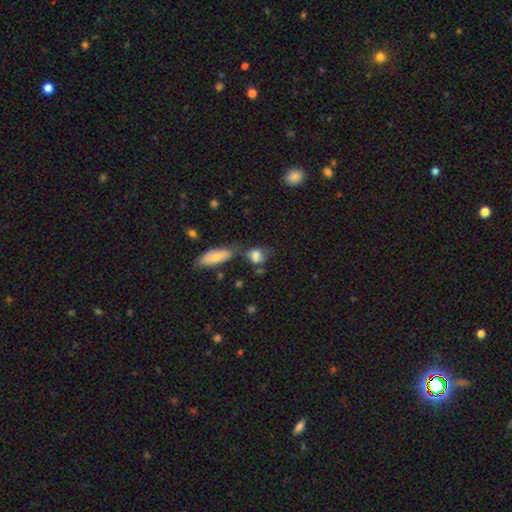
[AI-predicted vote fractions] Smooth or featured? smooth (77%)
How rounded? in between (62%)
Merging? none (43%)